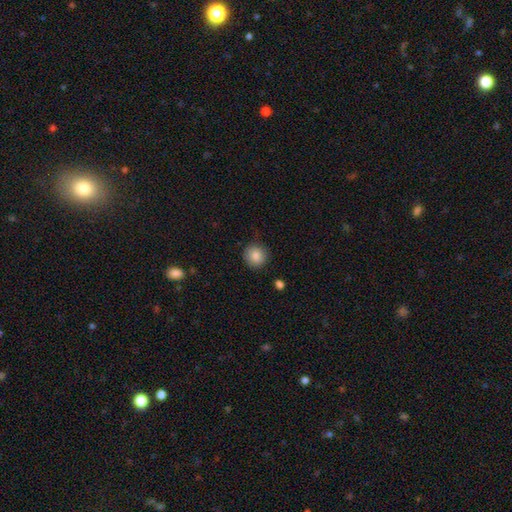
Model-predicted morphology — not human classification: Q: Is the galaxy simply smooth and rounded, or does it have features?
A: smooth — 85%.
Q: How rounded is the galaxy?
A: round — 92%.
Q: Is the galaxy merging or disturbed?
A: none — 87%.